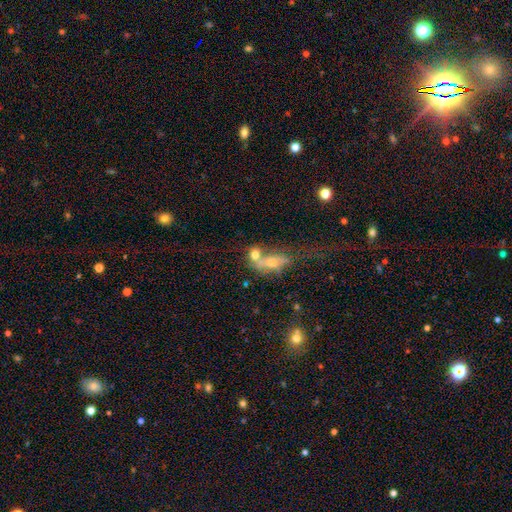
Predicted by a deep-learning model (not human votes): The model was most divided on "how rounded": in between: 56%, round: 35%, cigar-shaped: 9%. More confident: smooth or featured — smooth (60%); merging — merger (52%).